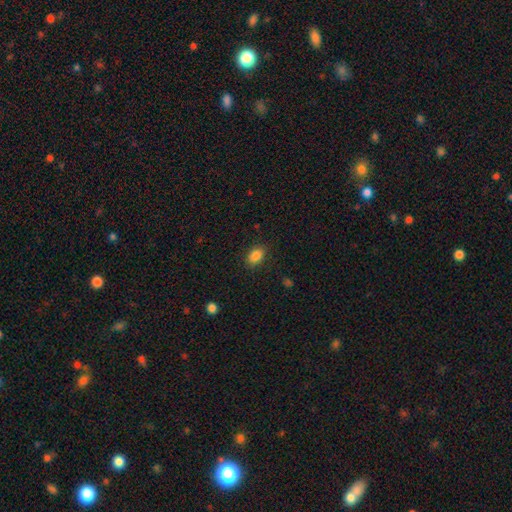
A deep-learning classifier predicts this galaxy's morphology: The model was most divided on "how rounded": in between: 81%, round: 17%, cigar-shaped: 1%. More confident: smooth or featured — smooth (86%); merging — none (85%).